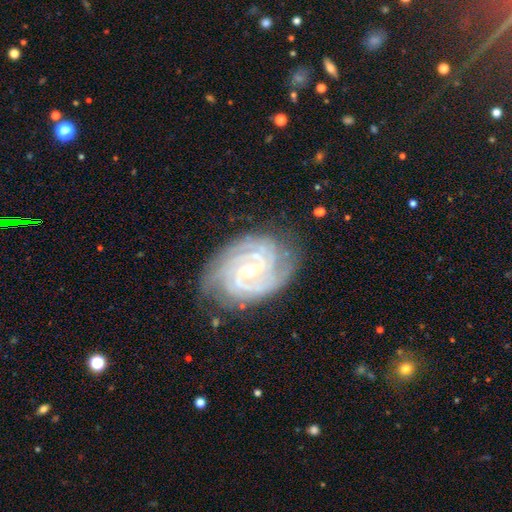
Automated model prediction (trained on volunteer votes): Overall: featured or disk (90%). Edge-on disk: no (97%). Bar: weak (45%; no 34%). Spiral arms: yes (98%). Spiral arm count: 2 (35%; 3 26%). Spiral winding: tight (63%; medium 32%). Bulge size: small (64%; moderate 33%). Merging: none (75%).